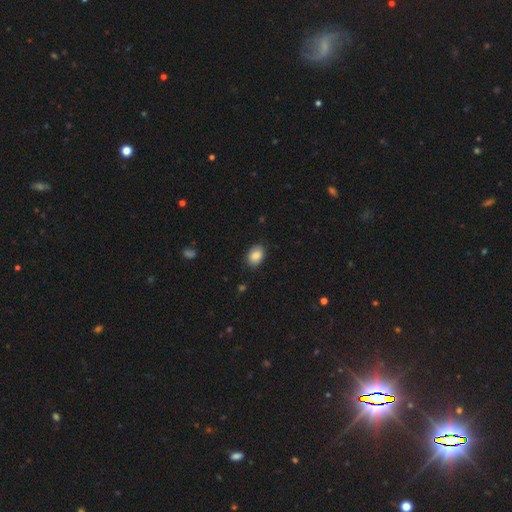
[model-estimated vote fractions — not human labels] Morphology: type=smooth (87%); roundness=in between (76%); merging=none (85%).